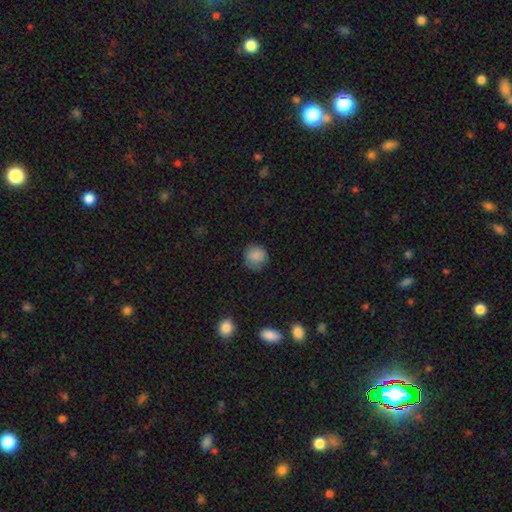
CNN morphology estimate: This appears to be a smooth galaxy with no disk features (86%) that is round (90%). Merging: none (81%).